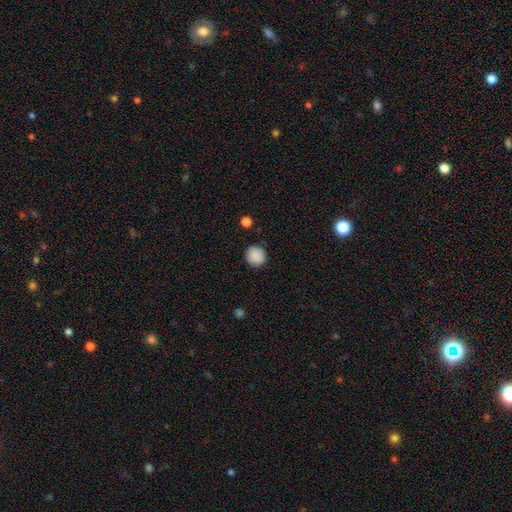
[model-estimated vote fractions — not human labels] smooth_or_featured: smooth (p=0.88) [alt: star or artifact p=0.08]
how_rounded: round (p=0.91) [alt: in between p=0.08]
merging: none (p=0.87) [alt: minor disturbance p=0.09]